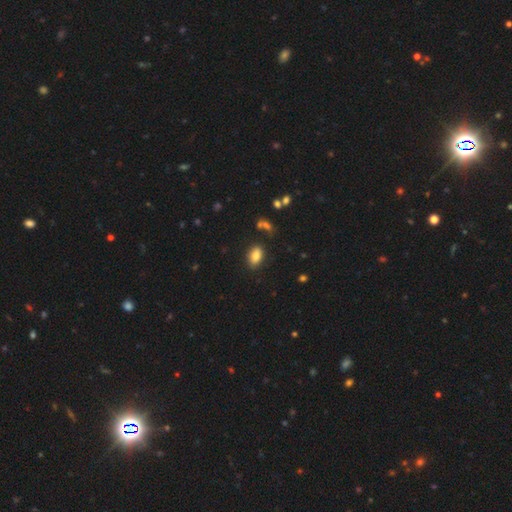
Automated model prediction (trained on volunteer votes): smooth_or_featured: smooth (p=0.82) [alt: star or artifact p=0.09]
how_rounded: in between (p=0.89) [alt: round p=0.08]
merging: none (p=0.84) [alt: minor disturbance p=0.11]